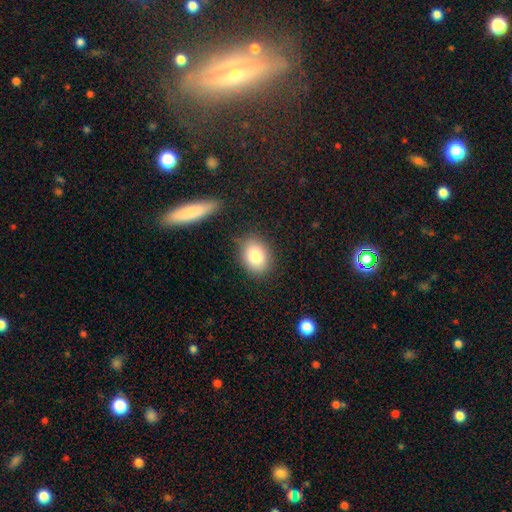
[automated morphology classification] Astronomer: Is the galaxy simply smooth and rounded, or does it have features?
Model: smooth — 82%.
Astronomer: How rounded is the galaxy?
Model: in between — 59% (runner-up: round, 40%).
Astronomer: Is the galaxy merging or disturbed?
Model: none — 82%.